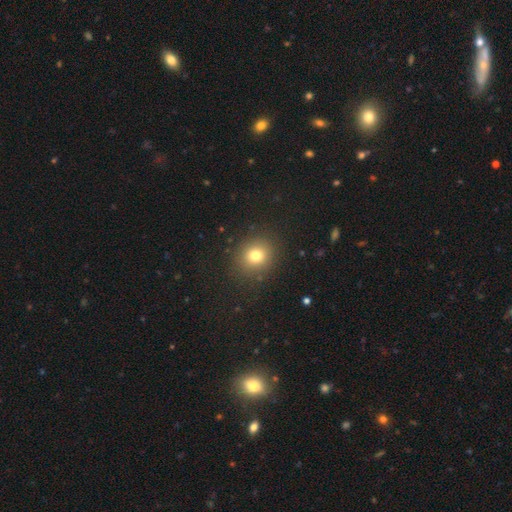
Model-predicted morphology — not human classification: A smooth galaxy with no disk features (77%) that is round (79%).

Vote fractions:
- Smooth or featured? smooth: 77% / star or artifact: 15% / featured or disk: 8%
- How rounded? round: 79% / in between: 20% / cigar-shaped: 1%
- Merging? none: 87% / minor disturbance: 8% / major disturbance: 3% / merger: 1%